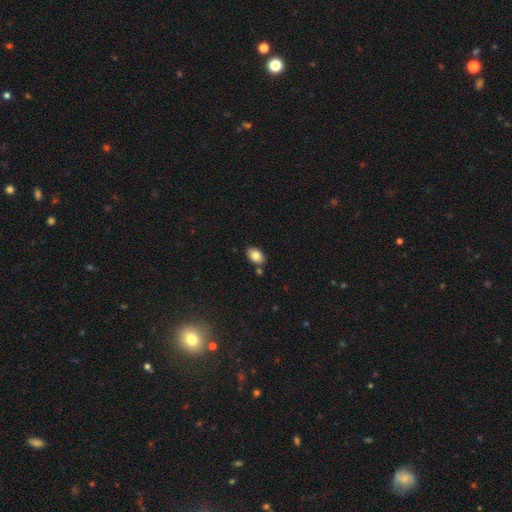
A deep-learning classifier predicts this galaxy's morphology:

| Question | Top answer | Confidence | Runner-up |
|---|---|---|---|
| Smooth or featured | smooth | 82% | featured or disk (10%) |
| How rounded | in between | 88% | round (11%) |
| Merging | none | 80% | minor disturbance (11%) |